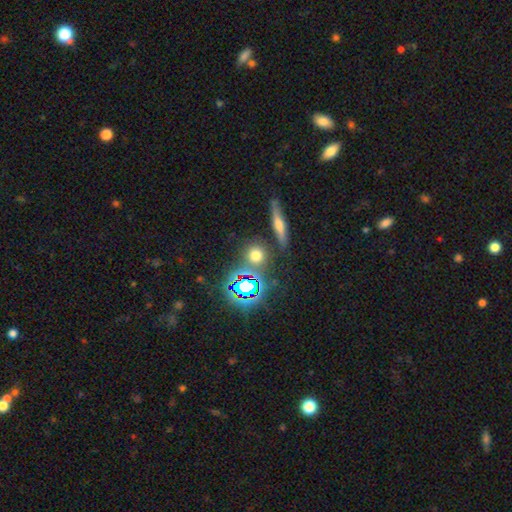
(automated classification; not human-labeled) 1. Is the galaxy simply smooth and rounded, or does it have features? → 57% smooth, 32% star or artifact, 11% featured or disk.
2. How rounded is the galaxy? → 82% round, 13% in between, 5% cigar-shaped.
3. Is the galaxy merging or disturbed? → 81% none, 9% minor disturbance, 8% merger, 3% major disturbance.